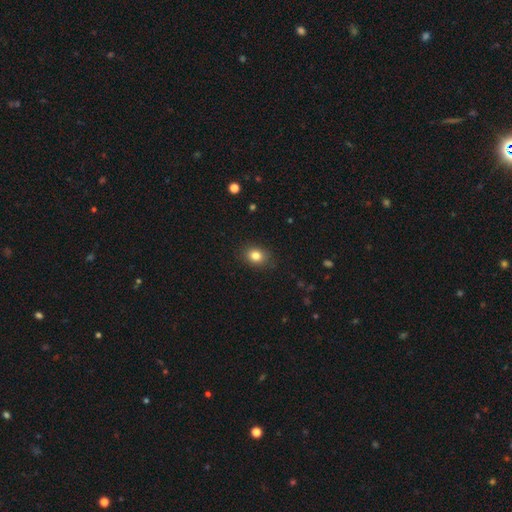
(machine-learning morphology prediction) Smooth or featured?
  - smooth: 83% *
  - star or artifact: 11%
  - featured or disk: 6%
How rounded?
  - round: 51% *
  - in between: 48%
  - cigar-shaped: 1%
Merging?
  - none: 87% *
  - minor disturbance: 9%
  - major disturbance: 2%
  - merger: 1%